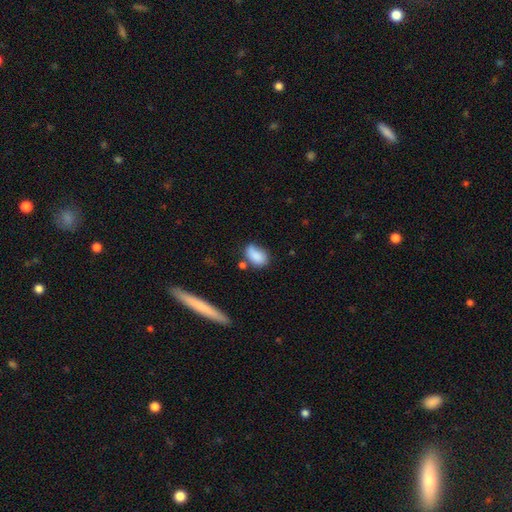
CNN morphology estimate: smooth 84%, star or artifact 8%, featured or disk 8%. Down the decision tree: how rounded — in between (85%); merging — none (53%).